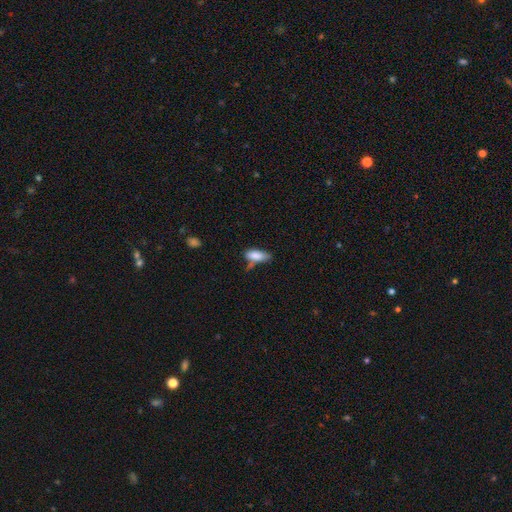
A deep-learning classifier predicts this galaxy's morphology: Smooth or featured? Predicted: smooth (p=0.84). How rounded? Predicted: in between (p=0.78). Merging? Predicted: none (p=0.46).